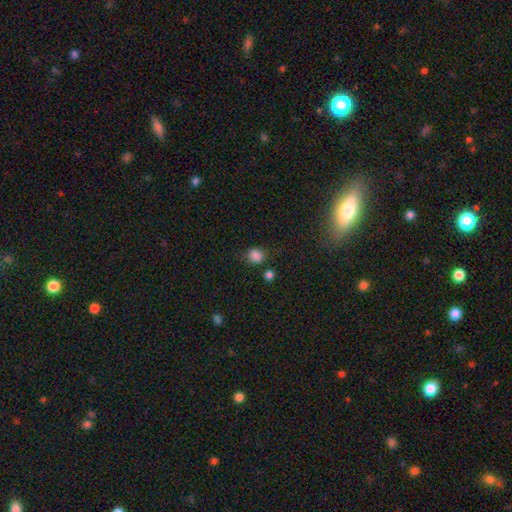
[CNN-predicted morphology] smooth 84%, star or artifact 12%, featured or disk 4%. Down the decision tree: how rounded — round (79%); merging — none (74%).